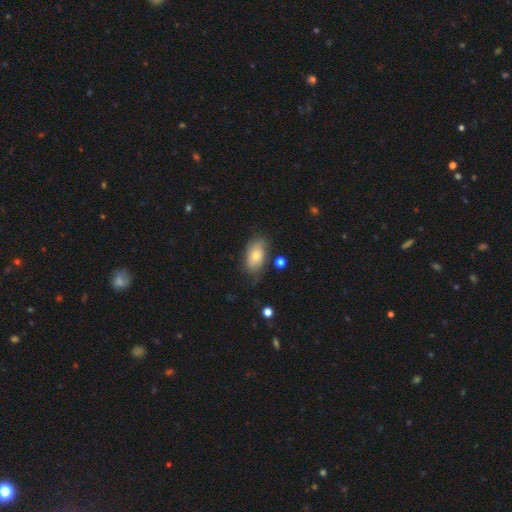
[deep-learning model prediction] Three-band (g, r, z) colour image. It shows a smooth galaxy with no disk features (63%) that is in between round and cigar-shaped (90%). Merging: none (63%).